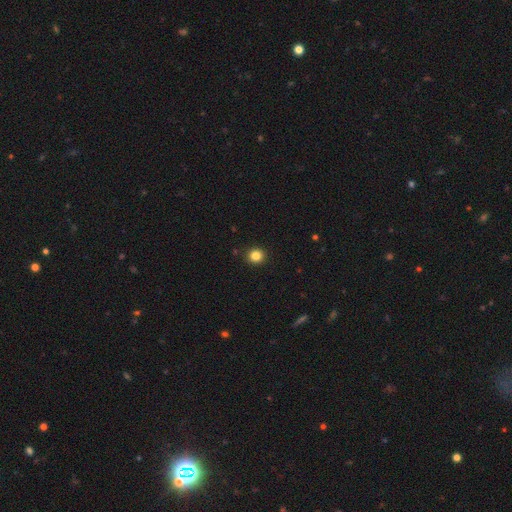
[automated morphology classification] Overall: smooth (84%). How rounded: round (90%). Merging: none (92%).